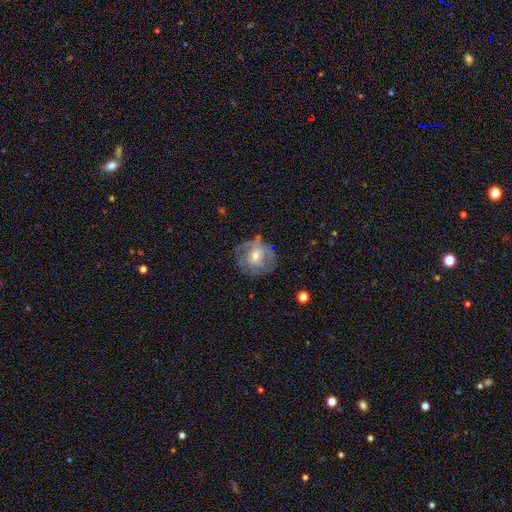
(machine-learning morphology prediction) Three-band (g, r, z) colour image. It shows a featured or disk galaxy (62%) with no bar (75%), spiral arms (59%) and a moderate central bulge (52%). Merging: none (62%).